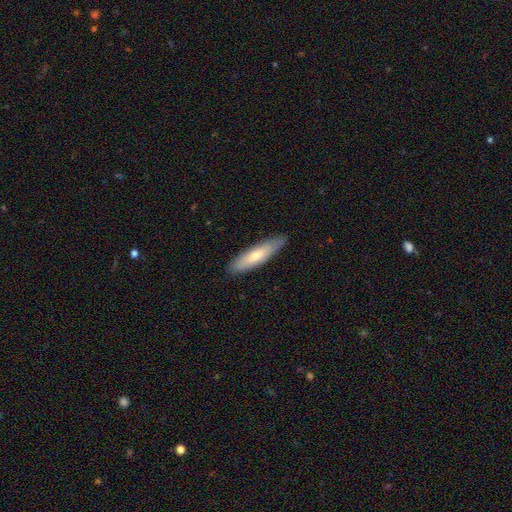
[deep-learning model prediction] smooth 66%, featured or disk 29%, star or artifact 5%. Down the decision tree: how rounded — cigar-shaped (74%); merging — none (84%).